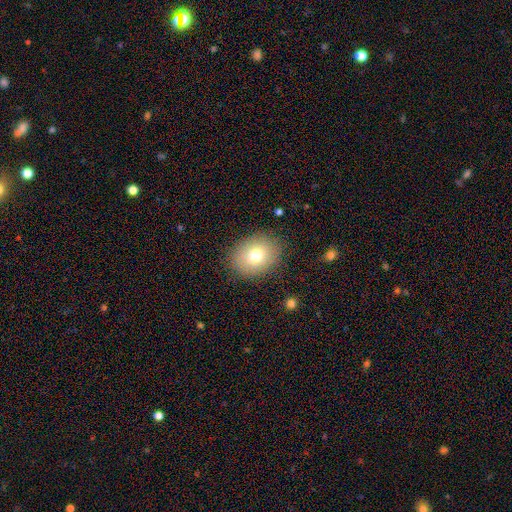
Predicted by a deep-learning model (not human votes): The model was most divided on "how rounded": in between: 51%, round: 48%, cigar-shaped: 1%. More confident: merging — none (86%); smooth or featured — smooth (74%).